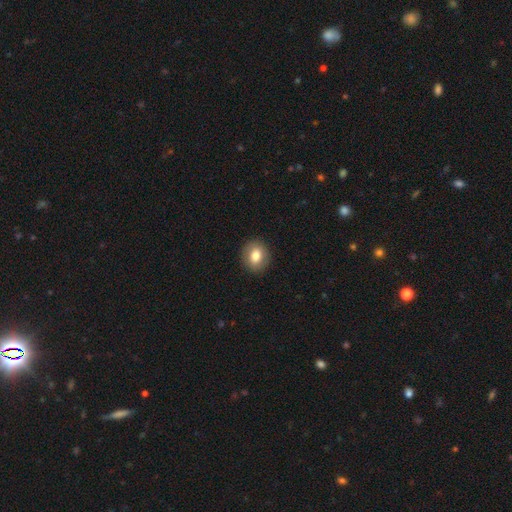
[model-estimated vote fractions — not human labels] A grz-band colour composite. It shows a smooth galaxy with no disk features (79%) that is round (66%). Merging: none (90%).